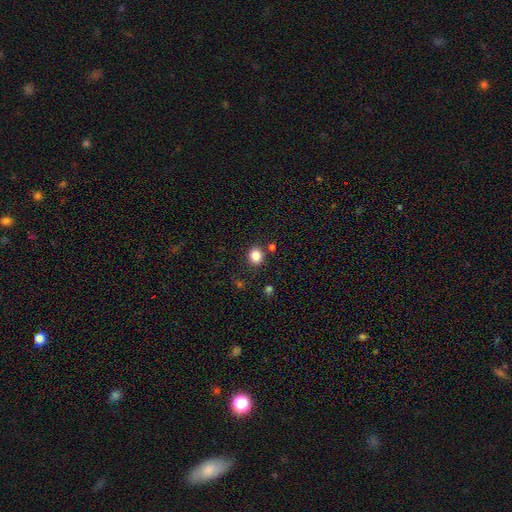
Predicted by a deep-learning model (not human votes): Smooth or featured? smooth (84%)
How rounded? round (74%)
Merging? none (85%)